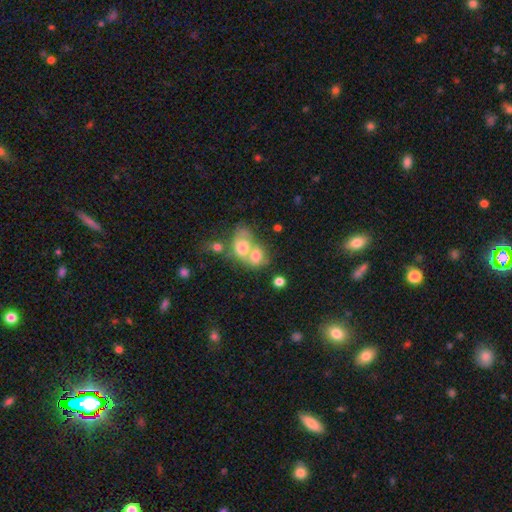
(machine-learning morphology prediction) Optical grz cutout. It shows a smooth galaxy with no disk features (66%) that is in between round and cigar-shaped (51%). Merging: merger (72%).